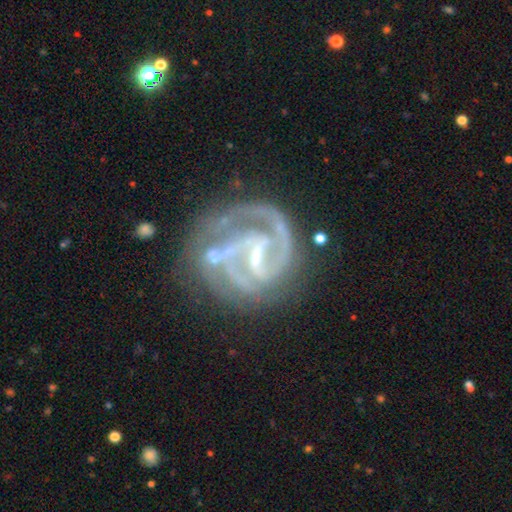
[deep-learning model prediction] smooth-or-featured: featured or disk: 88% | star or artifact: 6% | smooth: 5%
  disk-edge-on: no: 98% | yes: 2%
    bar: strong: 47% | weak: 39% | no: 14%
    has-spiral-arms: yes: 94% | no: 6%
      spiral-winding: tight: 48% | medium: 42% | loose: 10%
      spiral-arm-count: 2: 51% | 3: 20% | can't tell: 14% | 1: 7% | 4: 4% | more than 4: 4%
    bulge-size: small: 54% | none: 25% | moderate: 18% | large: 2% | dominant: 1%
  merging: none: 55% | major disturbance: 20% | minor disturbance: 19% | merger: 6%